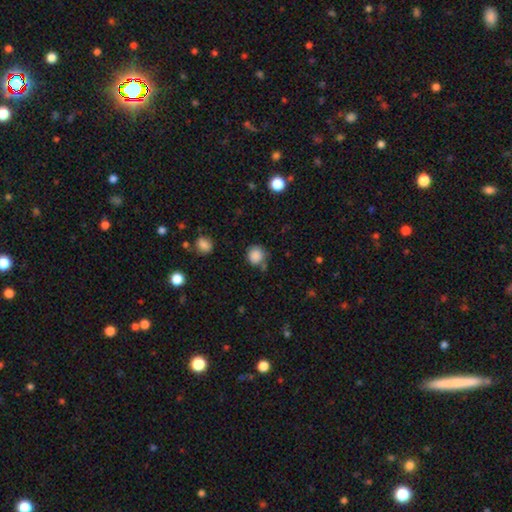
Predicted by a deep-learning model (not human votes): Overall: smooth (86%). How rounded: round (88%). Merging: none (72%).